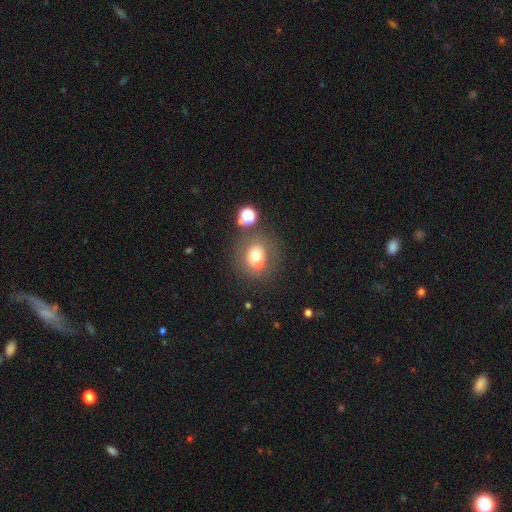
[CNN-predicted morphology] smooth_or_featured: smooth (p=0.66) [alt: featured or disk p=0.19]
how_rounded: round (p=0.83) [alt: in between p=0.16]
merging: none (p=0.59) [alt: merger p=0.23]